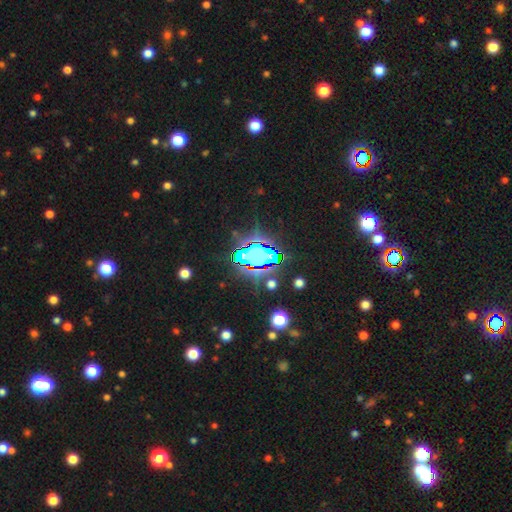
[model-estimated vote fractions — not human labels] Morphology: type=star or artifact (65%).